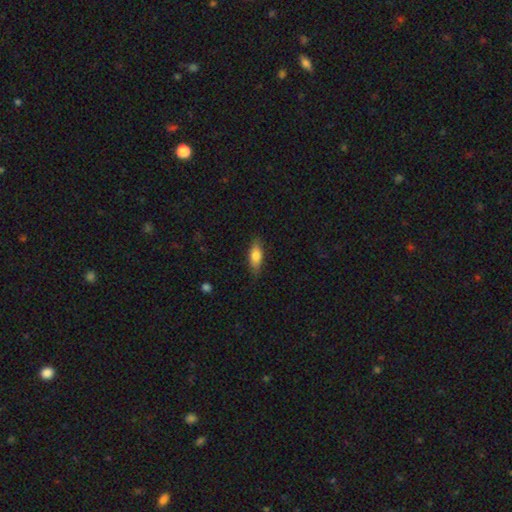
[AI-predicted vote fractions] smooth-or-featured: smooth: 73% | featured or disk: 21% | star or artifact: 7%
  how-rounded: in between: 66% | cigar-shaped: 31% | round: 3%
  merging: none: 79% | minor disturbance: 17% | major disturbance: 3% | merger: 1%